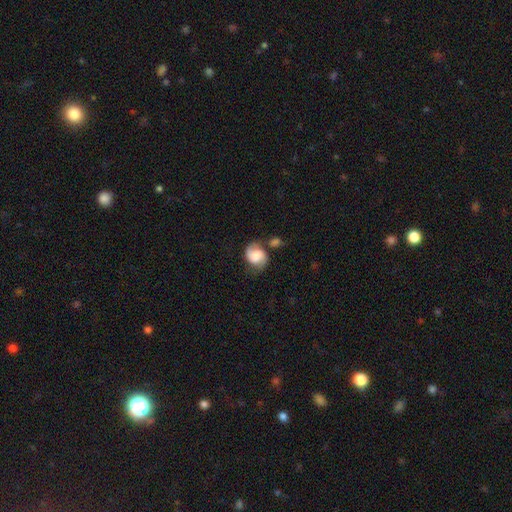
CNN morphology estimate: Q: Smooth or featured?
A: featured or disk (54%); runner-up: smooth (38%)
Q: Edge-on disk?
A: no (98%); runner-up: yes (2%)
Q: Bar?
A: no (55%); runner-up: weak (35%)
Q: Spiral arms?
A: yes (89%); runner-up: no (11%)
Q: Bulge size?
A: large (35%); runner-up: moderate (23%)
Q: Merging?
A: none (51%); runner-up: minor disturbance (21%)